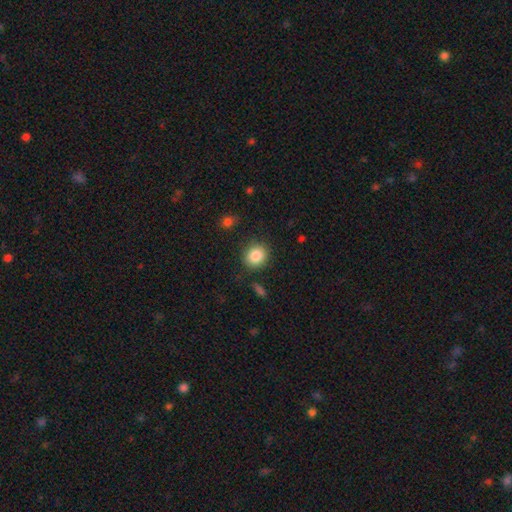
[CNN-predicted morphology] This appears to be a smooth galaxy with no disk features (85%) that is round (81%). Merging: none (85%).